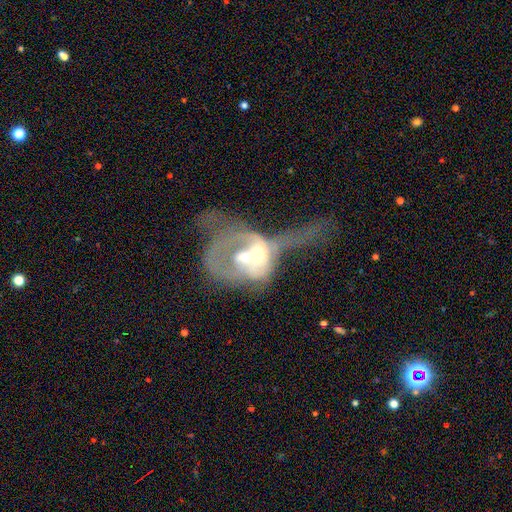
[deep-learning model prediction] smooth_or_featured: featured or disk (p=0.67) [alt: smooth p=0.25]
disk_edge_on: no (p=0.95) [alt: yes p=0.05]
bar: no (p=0.78) [alt: weak p=0.17]
has_spiral_arms: no (p=0.62) [alt: yes p=0.38]
bulge_size: moderate (p=0.61) [alt: small p=0.22]
merging: merger (p=0.68) [alt: major disturbance p=0.22]